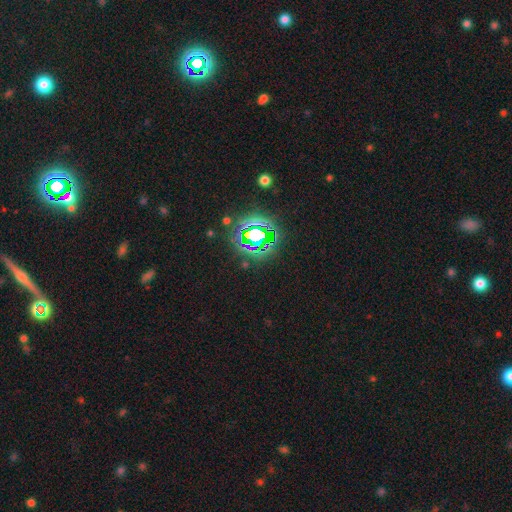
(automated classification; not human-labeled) A star or artifact, not a galaxy (81%).